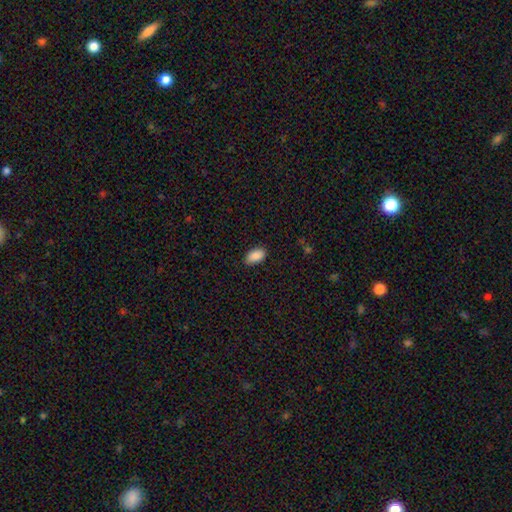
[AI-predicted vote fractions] Morphology: type=smooth (89%); roundness=in between (94%); merging=none (86%).